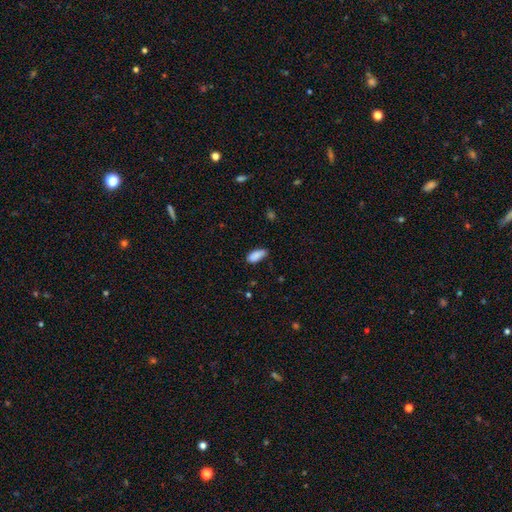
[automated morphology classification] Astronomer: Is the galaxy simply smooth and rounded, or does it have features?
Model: smooth — 87%.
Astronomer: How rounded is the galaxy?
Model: in between — 87%.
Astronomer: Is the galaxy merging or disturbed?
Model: none — 66%.